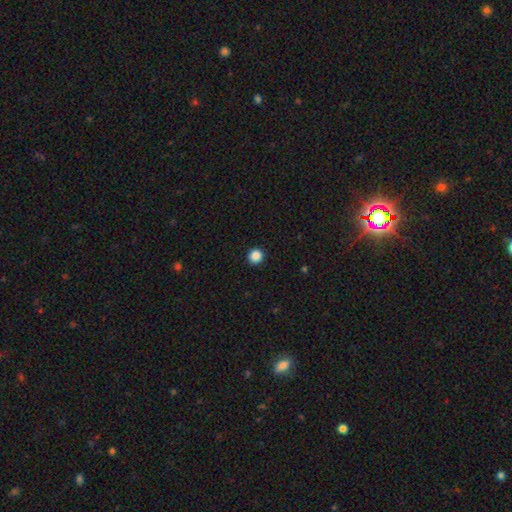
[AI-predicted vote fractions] Q: Smooth or featured?
A: smooth (87%); runner-up: star or artifact (10%)
Q: How rounded?
A: round (94%); runner-up: in between (5%)
Q: Merging?
A: none (94%); runner-up: minor disturbance (4%)